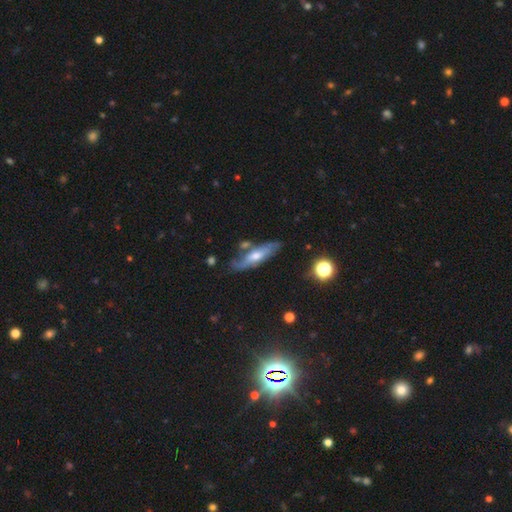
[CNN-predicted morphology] This appears to be a featured or disk galaxy (59%) viewed edge-on (54%). Merging: none (65%).